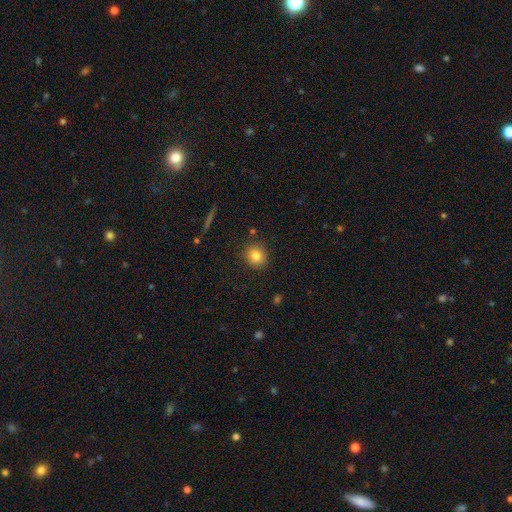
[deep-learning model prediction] This appears to be a smooth galaxy with no disk features (81%) that is round (85%). Merging: none (87%).